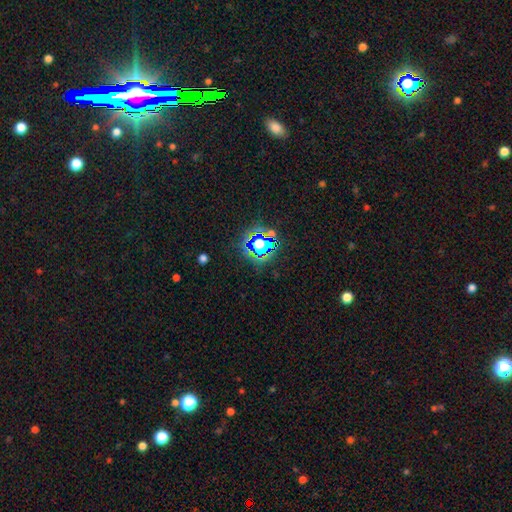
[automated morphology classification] type=star or artifact (59%).